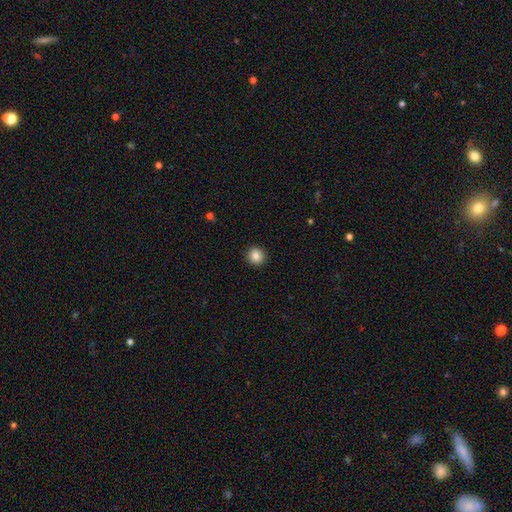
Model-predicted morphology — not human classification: A smooth galaxy with no disk features (85%) that is round (94%). Merging: none (93%).